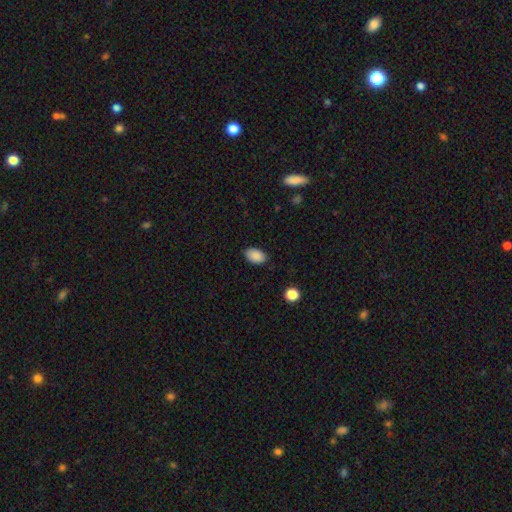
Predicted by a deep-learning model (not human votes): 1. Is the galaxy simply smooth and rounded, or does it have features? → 88% smooth, 8% star or artifact, 4% featured or disk.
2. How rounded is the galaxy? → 91% in between, 8% round, 1% cigar-shaped.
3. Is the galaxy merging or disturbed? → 84% none, 12% minor disturbance, 2% major disturbance, 1% merger.